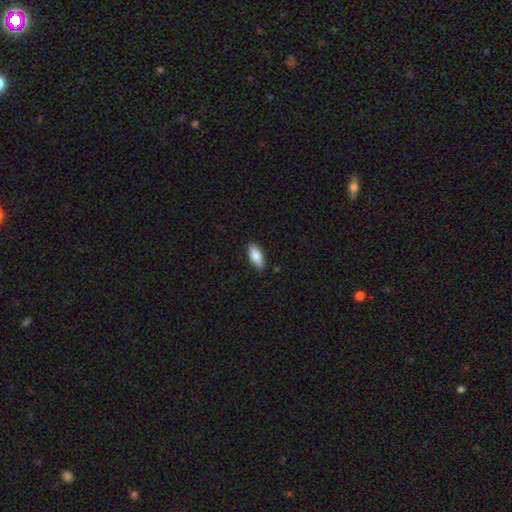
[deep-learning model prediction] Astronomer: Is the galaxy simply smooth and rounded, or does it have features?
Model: smooth — 84%.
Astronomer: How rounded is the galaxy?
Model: in between — 86%.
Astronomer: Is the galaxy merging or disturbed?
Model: none — 87%.